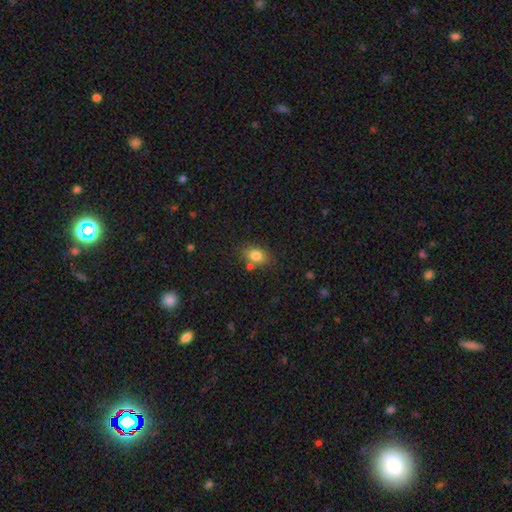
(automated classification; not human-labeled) A smooth galaxy with no disk features (81%) that is in between round and cigar-shaped (78%).

Vote fractions:
- Smooth or featured? smooth: 81% / star or artifact: 10% / featured or disk: 9%
- How rounded? in between: 78% / round: 20% / cigar-shaped: 2%
- Merging? none: 70% / minor disturbance: 15% / merger: 12% / major disturbance: 4%